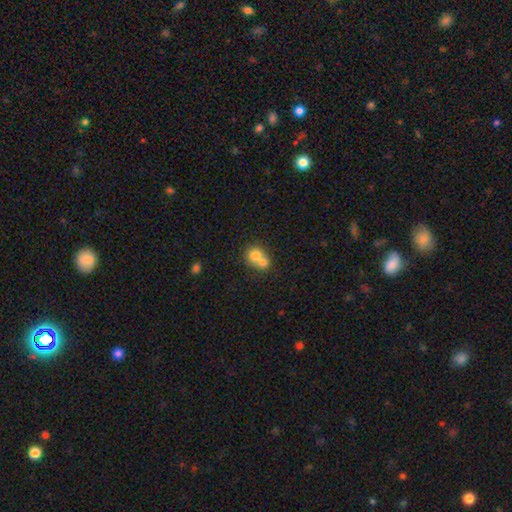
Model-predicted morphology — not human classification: Overall: smooth (73%). How rounded: round (77%). Merging: merger (65%; none 27%).